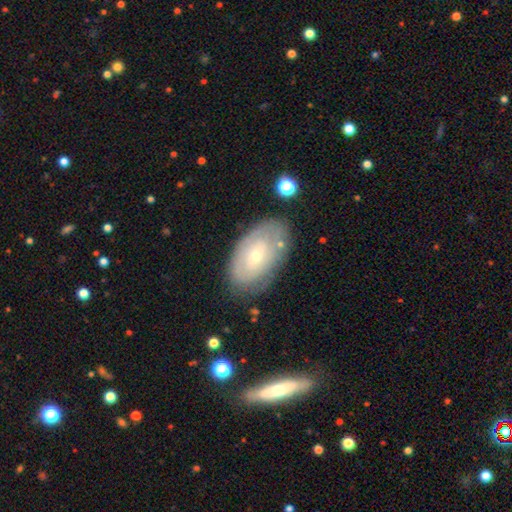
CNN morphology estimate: smooth_or_featured: featured or disk (p=0.57) [alt: smooth p=0.37]
disk_edge_on: no (p=0.92) [alt: yes p=0.08]
bar: no (p=0.79) [alt: weak p=0.17]
has_spiral_arms: yes (p=0.52) [alt: no p=0.48]
bulge_size: small (p=0.65) [alt: moderate p=0.31]
merging: none (p=0.71) [alt: minor disturbance p=0.20]